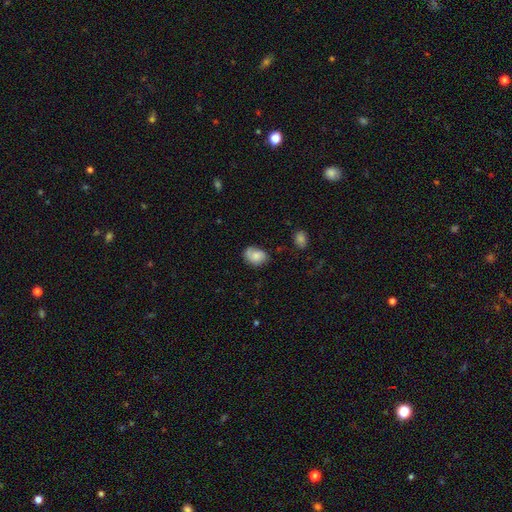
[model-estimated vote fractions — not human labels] Smooth or featured: smooth — 71% (featured or disk — 20%)
How rounded: in between — 73% (round — 25%)
Merging: none — 58% (minor disturbance — 30%)